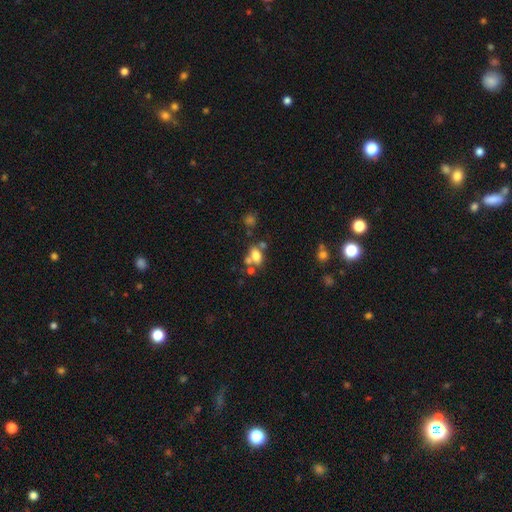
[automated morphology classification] This is likely a smooth galaxy (71%). How rounded: clearly in between (81%). Merging: possibly none (49%).